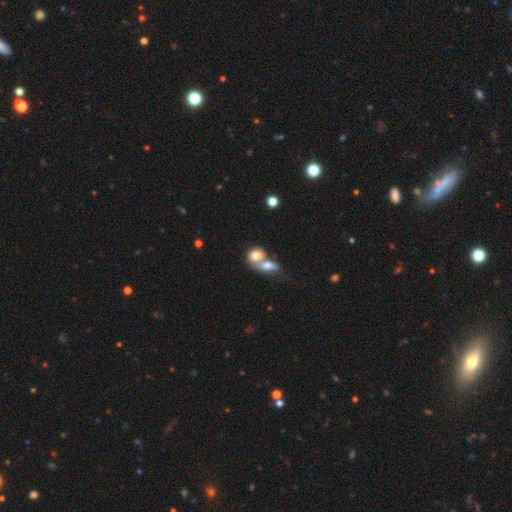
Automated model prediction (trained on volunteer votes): Smooth or featured? Predicted: smooth (p=0.76). How rounded? Predicted: in between (p=0.59). Merging? Predicted: merger (p=0.71).